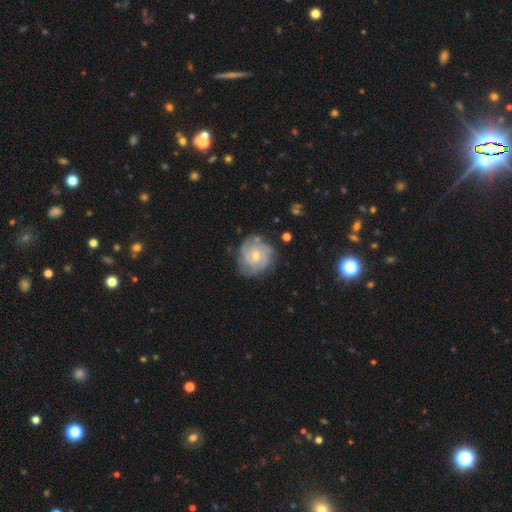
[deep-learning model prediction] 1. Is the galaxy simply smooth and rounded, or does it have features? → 75% featured or disk, 19% smooth, 6% star or artifact.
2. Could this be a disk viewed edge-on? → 98% no, 2% yes.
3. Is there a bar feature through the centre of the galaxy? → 64% no, 32% weak, 4% strong.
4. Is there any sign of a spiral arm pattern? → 91% yes, 9% no.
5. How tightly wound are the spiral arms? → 58% tight, 33% medium, 9% loose.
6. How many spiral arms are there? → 32% can't tell, 28% 3, 19% 2, 11% 4, 5% 1, 5% more than 4.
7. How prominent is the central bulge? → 52% small, 44% moderate, 1% large, 1% none, 1% dominant.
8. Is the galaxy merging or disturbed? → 71% none, 20% minor disturbance, 7% major disturbance, 3% merger.